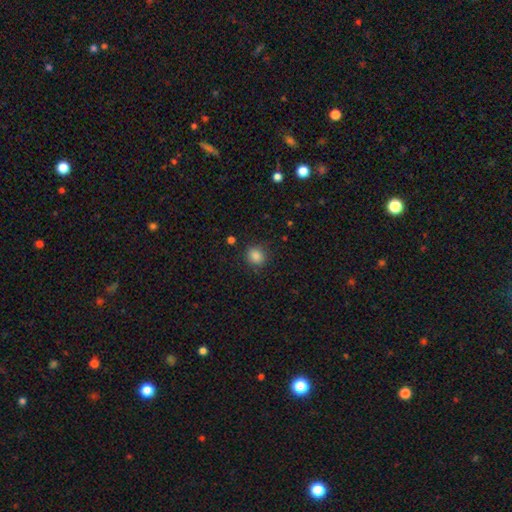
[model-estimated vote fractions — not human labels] This is clearly a smooth galaxy (86%). How rounded: likely round (73%). Merging: clearly none (85%).